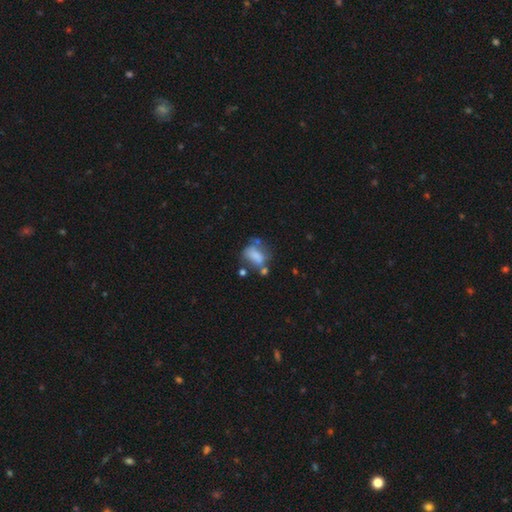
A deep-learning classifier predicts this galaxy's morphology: This appears to be a smooth galaxy with no disk features (66%) that is in between round and cigar-shaped (79%). Merging: none (34%).